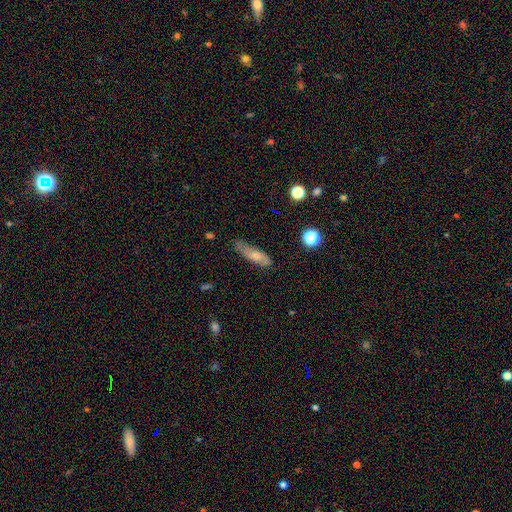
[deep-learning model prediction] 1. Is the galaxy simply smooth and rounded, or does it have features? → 62% smooth, 30% featured or disk, 8% star or artifact.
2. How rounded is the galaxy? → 50% cigar-shaped, 47% in between, 3% round.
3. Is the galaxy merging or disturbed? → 61% none, 30% minor disturbance, 7% major disturbance, 2% merger.